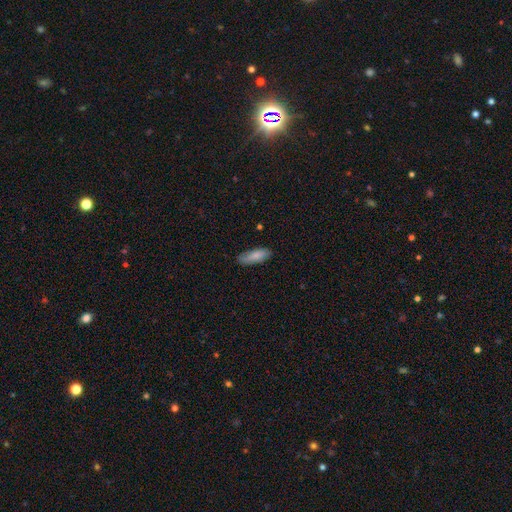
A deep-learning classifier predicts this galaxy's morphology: The model was most divided on "how rounded": in between: 62%, cigar-shaped: 36%, round: 2%. More confident: smooth or featured — smooth (83%); merging — none (80%).